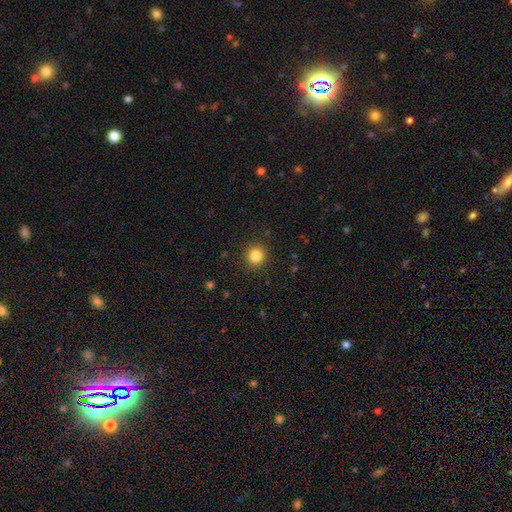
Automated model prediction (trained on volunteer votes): smooth_or_featured: smooth (p=0.84) [alt: star or artifact p=0.12]
how_rounded: round (p=0.90) [alt: in between p=0.09]
merging: none (p=0.90) [alt: minor disturbance p=0.06]